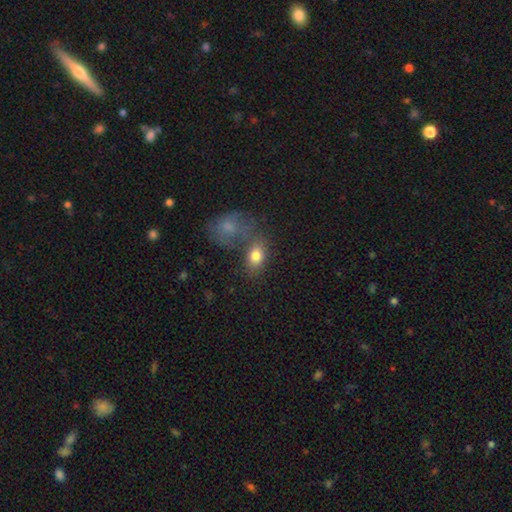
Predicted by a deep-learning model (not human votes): Smooth or featured?
  - smooth: 80% *
  - featured or disk: 11%
  - star or artifact: 9%
How rounded?
  - in between: 78% *
  - round: 20%
  - cigar-shaped: 2%
Merging?
  - none: 54% *
  - merger: 26%
  - minor disturbance: 13%
  - major disturbance: 6%